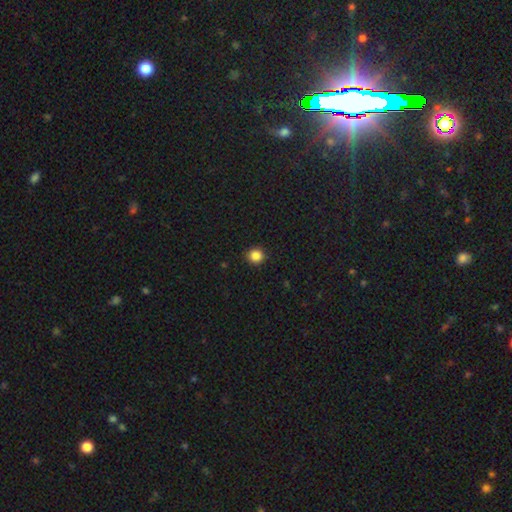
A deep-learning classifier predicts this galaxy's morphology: type=smooth (85%); roundness=round (94%); merging=none (93%).